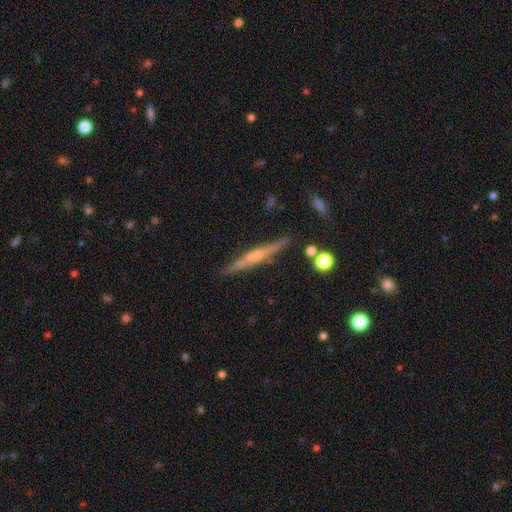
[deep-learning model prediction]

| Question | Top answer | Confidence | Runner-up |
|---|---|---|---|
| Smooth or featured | featured or disk | 68% | smooth (25%) |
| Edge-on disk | yes | 96% | no (4%) |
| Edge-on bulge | rounded | 67% | none (25%) |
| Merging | none | 86% | minor disturbance (10%) |